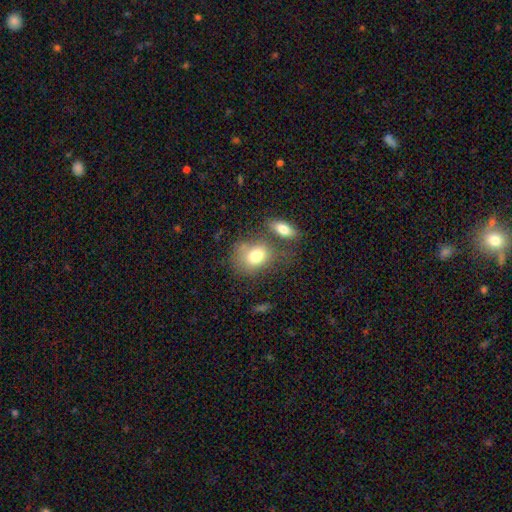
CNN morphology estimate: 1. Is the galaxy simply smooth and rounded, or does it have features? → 76% smooth, 15% featured or disk, 9% star or artifact.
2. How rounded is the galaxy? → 59% in between, 40% round, 1% cigar-shaped.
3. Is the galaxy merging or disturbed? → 47% none, 27% merger, 17% minor disturbance, 9% major disturbance.